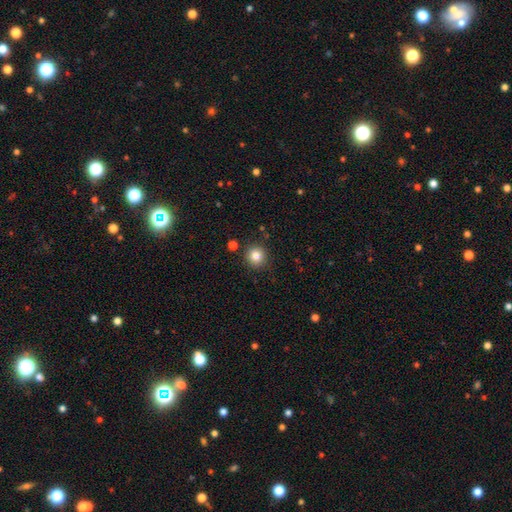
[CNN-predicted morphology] This is clearly a smooth galaxy (83%). How rounded: clearly round (93%). Merging: clearly none (88%).